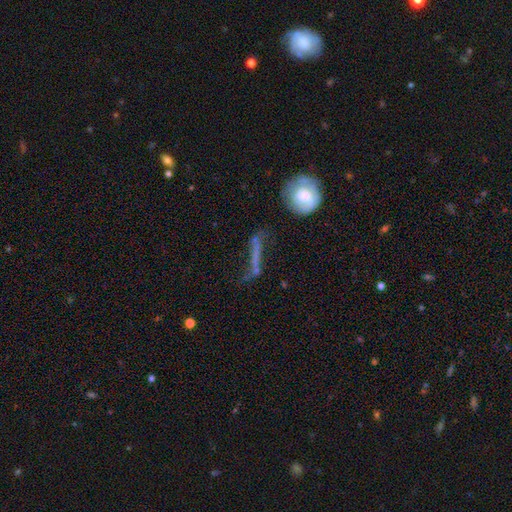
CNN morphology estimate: A featured or disk galaxy (44%). Merging: none (51%).